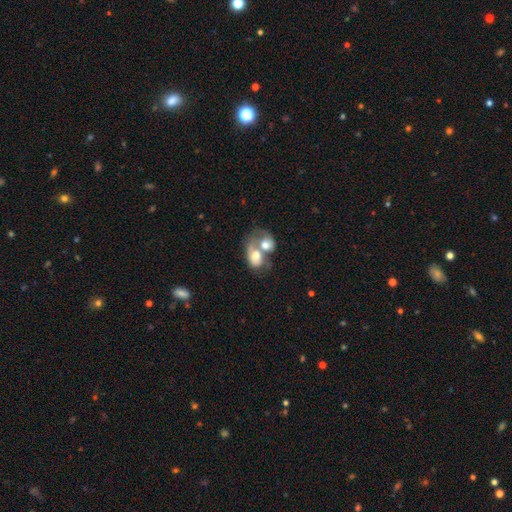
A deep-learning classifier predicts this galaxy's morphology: Smooth or featured?
  - smooth: 56% *
  - featured or disk: 37%
  - star or artifact: 7%
How rounded?
  - in between: 67% *
  - round: 32%
  - cigar-shaped: 1%
Merging?
  - merger: 79% *
  - none: 8%
  - major disturbance: 8%
  - minor disturbance: 5%